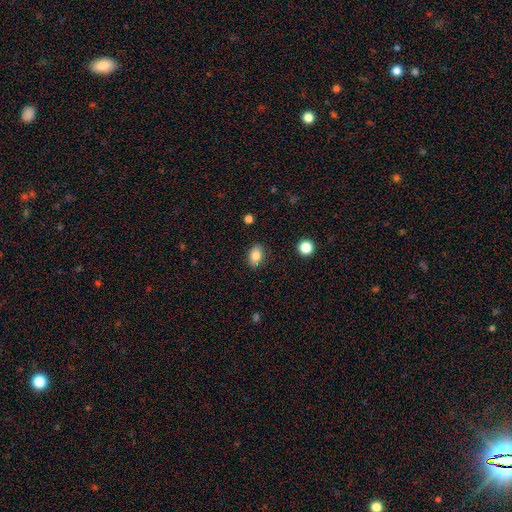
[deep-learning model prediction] A smooth galaxy with no disk features (83%) that is in between round and cigar-shaped (82%). Merging: none (87%).